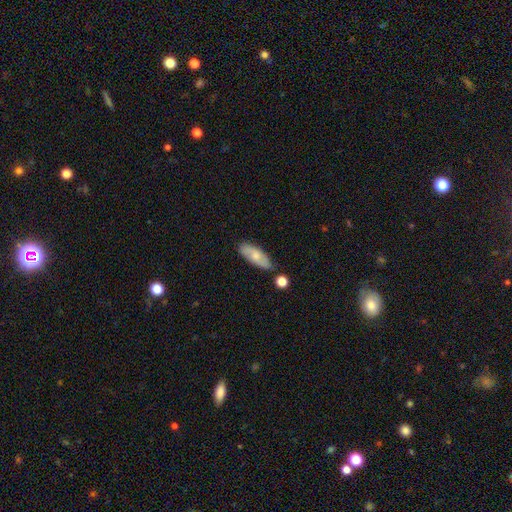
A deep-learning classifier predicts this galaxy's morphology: Overall: smooth (65%; featured or disk 28%). How rounded: in between (72%). Merging: none (73%).